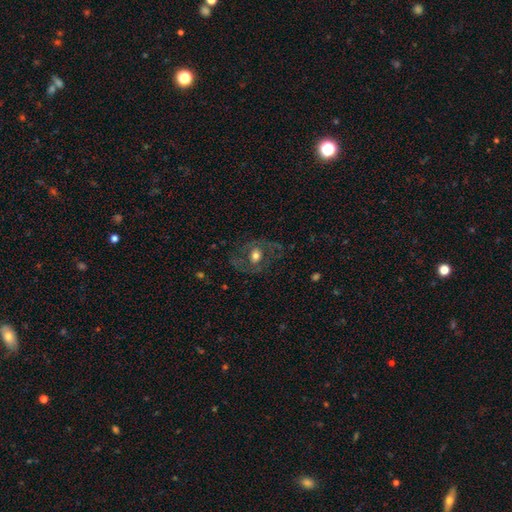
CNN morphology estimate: Overall: featured or disk (51%; smooth 39%). Edge-on disk: no (95%). Merging: none (67%).